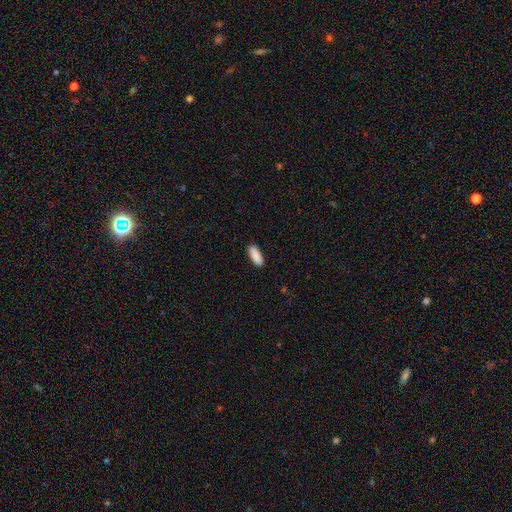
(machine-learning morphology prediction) type=smooth (90%); roundness=in between (69%); merging=none (89%).